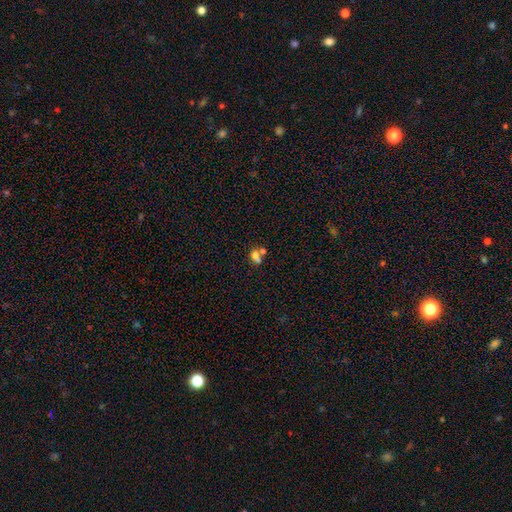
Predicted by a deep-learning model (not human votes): Q: Smooth or featured?
A: smooth (65%); runner-up: star or artifact (18%)
Q: How rounded?
A: in between (51%); runner-up: round (47%)
Q: Merging?
A: merger (52%); runner-up: none (33%)